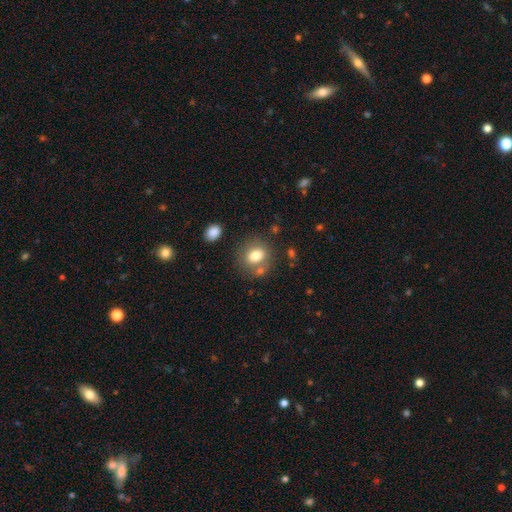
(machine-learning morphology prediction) Smooth or featured? Predicted: smooth (p=0.77). How rounded? Predicted: round (p=0.61). Merging? Predicted: none (p=0.69).